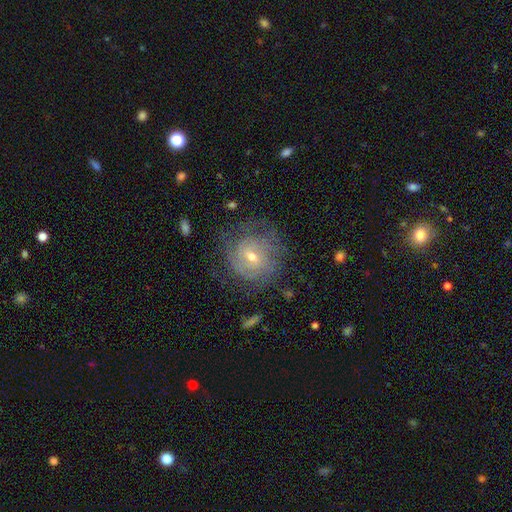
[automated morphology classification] Smooth or featured?
  - featured or disk: 66% *
  - smooth: 19%
  - star or artifact: 15%
Edge-on disk?
  - no: 96% *
  - yes: 4%
Bar?
  - no: 59% *
  - weak: 33%
  - strong: 9%
Spiral arms?
  - yes: 86% *
  - no: 14%
Spiral winding?
  - tight: 73% *
  - medium: 21%
  - loose: 7%
Spiral arm count?
  - can't tell: 54% *
  - 2: 16%
  - 3: 11%
  - 4: 7%
  - more than 4: 6%
  - 1: 6%
Bulge size?
  - small: 55% *
  - moderate: 40%
  - large: 2%
  - none: 1%
  - dominant: 1%
Merging?
  - none: 76% *
  - minor disturbance: 14%
  - major disturbance: 8%
  - merger: 1%